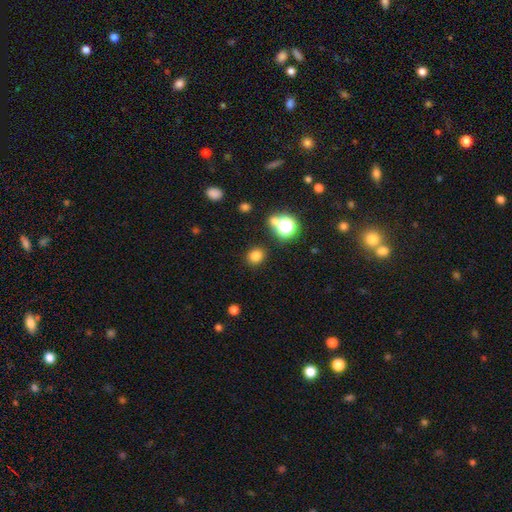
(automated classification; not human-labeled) smooth 78%, star or artifact 17%, featured or disk 5%. Down the decision tree: how rounded — round (80%); merging — none (87%).